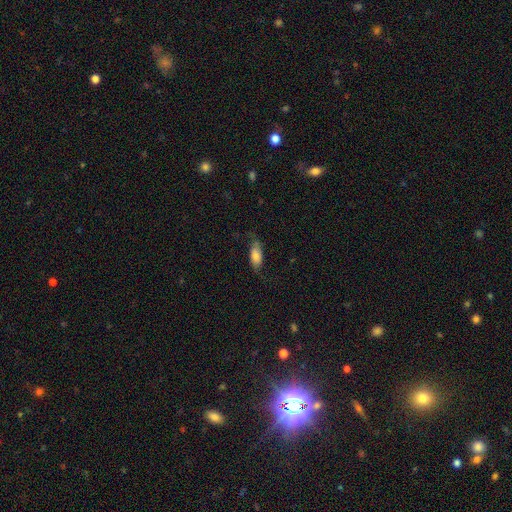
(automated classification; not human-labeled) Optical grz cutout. It shows a smooth galaxy with no disk features (63%) that is in between round and cigar-shaped (80%). Merging: none (58%).